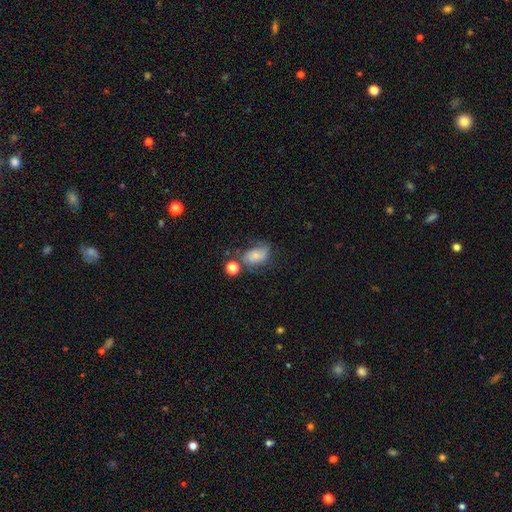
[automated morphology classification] smooth-or-featured: smooth: 63% | featured or disk: 25% | star or artifact: 12%
  how-rounded: in between: 81% | round: 18% | cigar-shaped: 2%
  merging: none: 44% | minor disturbance: 27% | major disturbance: 16% | merger: 13%